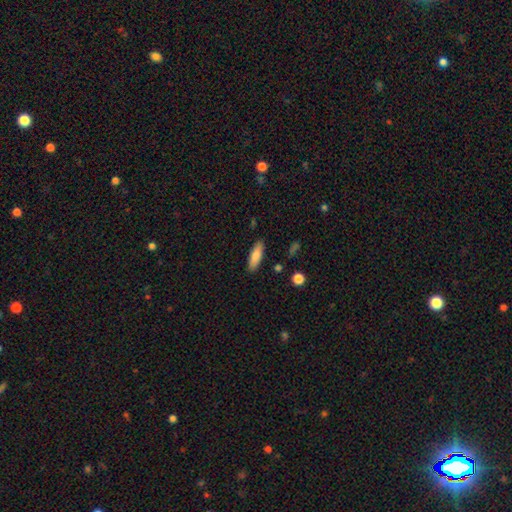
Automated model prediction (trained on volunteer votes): Overall: smooth (81%). How rounded: in between (51%; cigar-shaped 47%). Merging: none (88%).